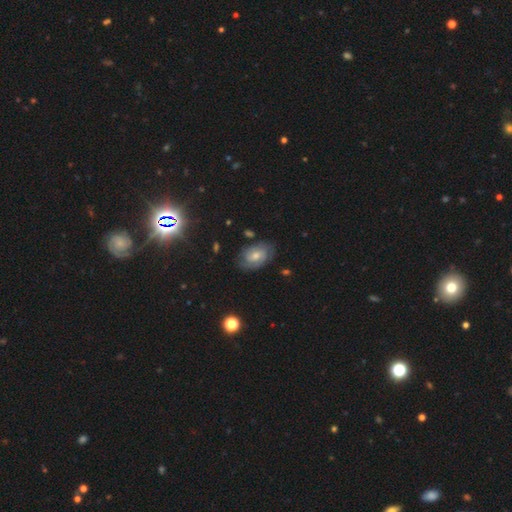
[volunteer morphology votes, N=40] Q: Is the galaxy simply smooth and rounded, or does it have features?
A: featured or disk — 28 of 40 (70%).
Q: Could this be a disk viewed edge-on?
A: no — 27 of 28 (96%).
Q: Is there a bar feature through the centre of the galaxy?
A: weak — 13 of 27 (48%, tied with no).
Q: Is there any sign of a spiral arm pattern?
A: yes — 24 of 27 (89%).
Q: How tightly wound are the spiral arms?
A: tight — 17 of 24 (71%).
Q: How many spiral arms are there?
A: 2 — 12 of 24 (50%).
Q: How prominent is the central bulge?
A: moderate — 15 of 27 (56%).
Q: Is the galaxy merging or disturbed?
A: none — 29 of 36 (81%).